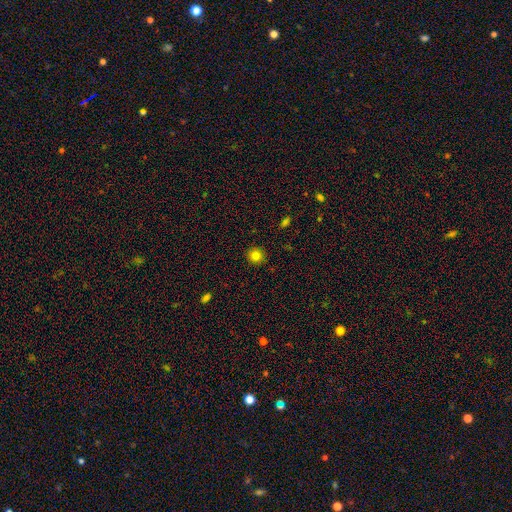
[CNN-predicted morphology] Smooth or featured? smooth (81%)
How rounded? round (93%)
Merging? none (91%)